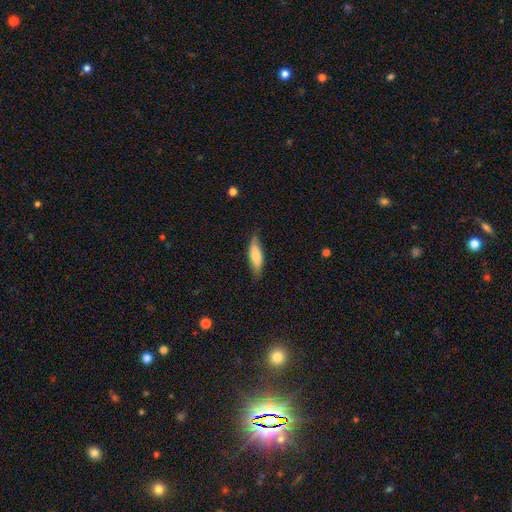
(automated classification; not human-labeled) The model was most divided on "how rounded": cigar-shaped: 59%, in between: 40%, round: 2%. More confident: merging — none (80%); smooth or featured — smooth (74%).